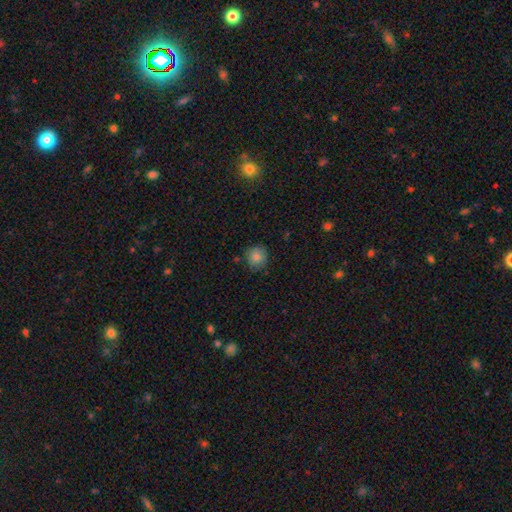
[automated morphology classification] Q: Smooth or featured?
A: smooth (82%); runner-up: star or artifact (10%)
Q: How rounded?
A: round (90%); runner-up: in between (9%)
Q: Merging?
A: none (82%); runner-up: minor disturbance (13%)